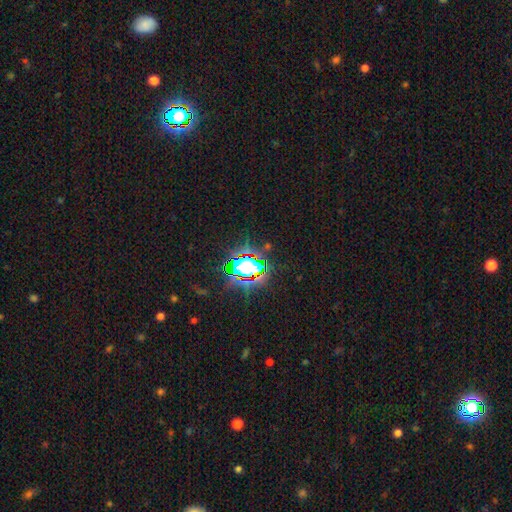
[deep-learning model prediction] This is likely a star or artifact rather than a galaxy (80%).